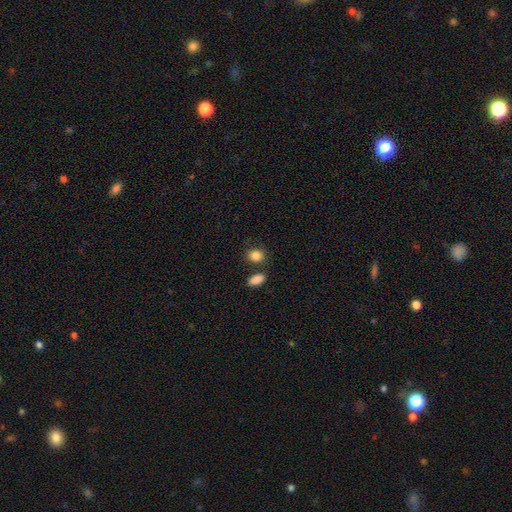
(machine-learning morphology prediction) Overall: smooth (86%). How rounded: in between (51%; round 48%). Merging: none (72%).